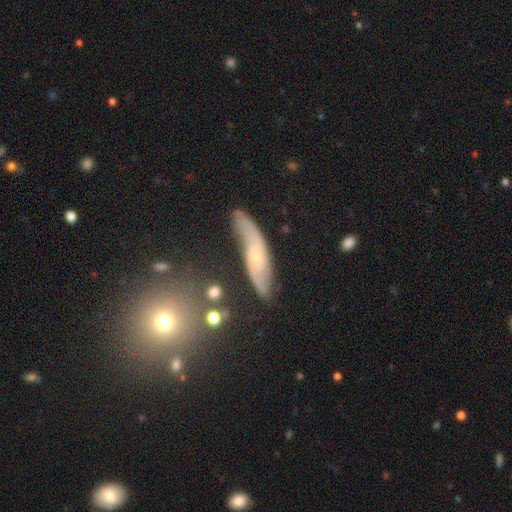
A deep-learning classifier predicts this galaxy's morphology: Smooth or featured: featured or disk — 65% (smooth — 27%)
Edge-on disk: no — 72% (yes — 28%)
Merging: none — 60% (minor disturbance — 26%)